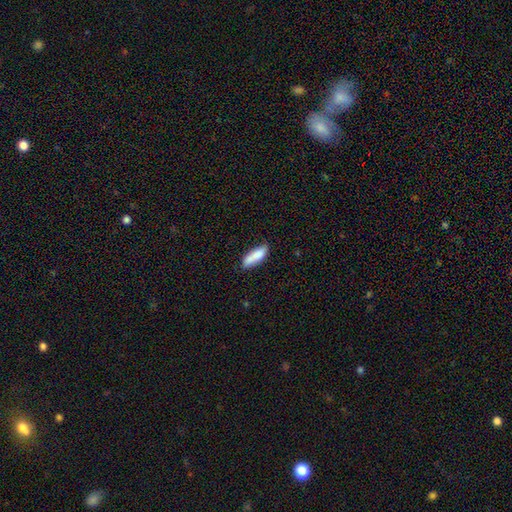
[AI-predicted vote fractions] smooth 82%, featured or disk 12%, star or artifact 6%. Down the decision tree: how rounded — in between (52%); merging — none (66%).